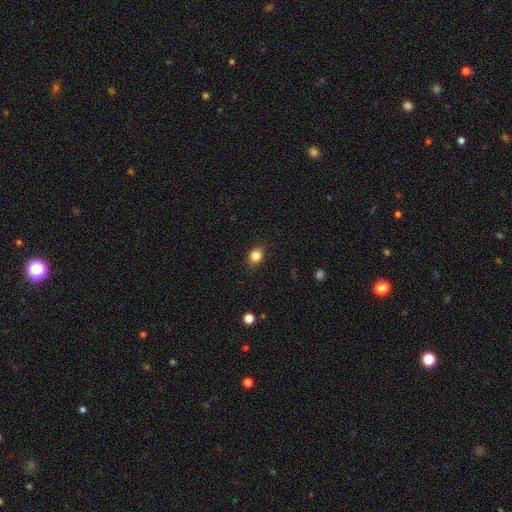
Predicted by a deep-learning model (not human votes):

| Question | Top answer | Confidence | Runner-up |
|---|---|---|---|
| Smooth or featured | smooth | 83% | star or artifact (10%) |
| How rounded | round | 51% | in between (47%) |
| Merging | none | 85% | minor disturbance (12%) |